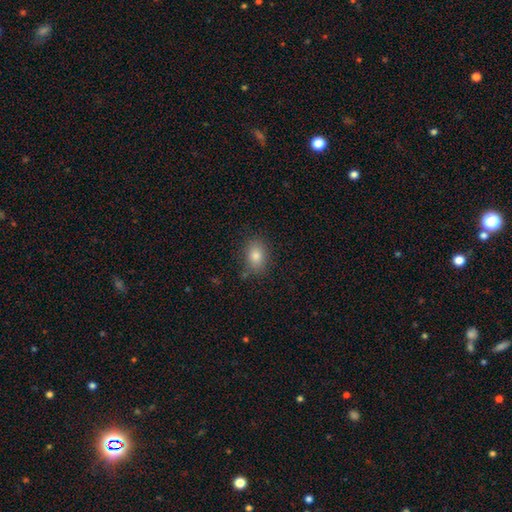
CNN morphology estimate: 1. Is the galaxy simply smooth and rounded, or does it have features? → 80% smooth, 11% star or artifact, 8% featured or disk.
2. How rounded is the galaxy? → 72% in between, 26% round, 2% cigar-shaped.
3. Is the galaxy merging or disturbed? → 82% none, 13% minor disturbance, 3% major disturbance, 2% merger.